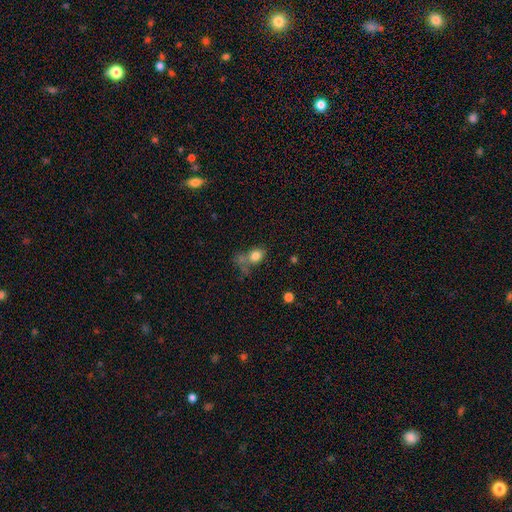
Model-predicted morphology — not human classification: Q: Smooth or featured?
A: smooth (79%); runner-up: star or artifact (11%)
Q: How rounded?
A: in between (66%); runner-up: round (32%)
Q: Merging?
A: none (38%); runner-up: merger (21%)